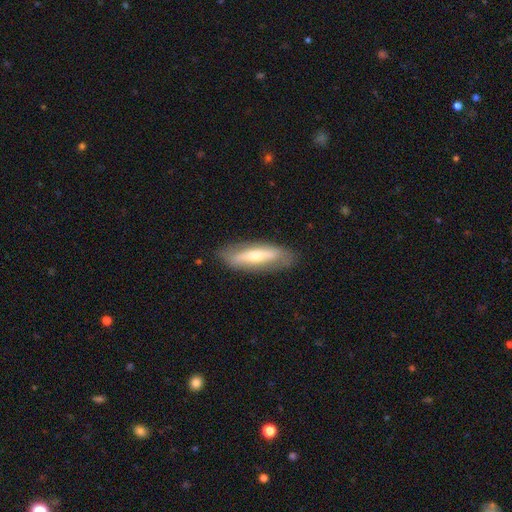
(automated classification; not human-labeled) Q: Smooth or featured?
A: featured or disk (52%); runner-up: smooth (43%)
Q: Edge-on disk?
A: no (51%); runner-up: yes (49%)
Q: Merging?
A: none (80%); runner-up: minor disturbance (14%)